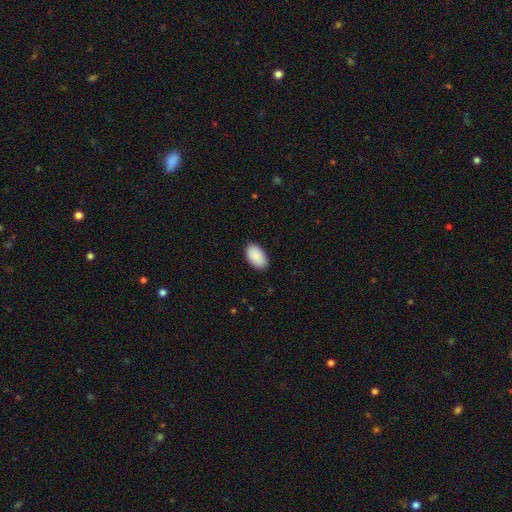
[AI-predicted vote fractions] Morphology: type=smooth (91%); roundness=in between (95%); merging=none (88%).